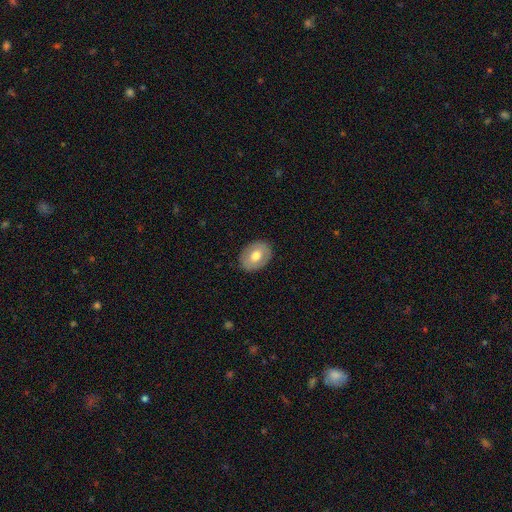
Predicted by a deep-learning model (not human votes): Smooth or featured? Predicted: smooth (p=0.63). How rounded? Predicted: in between (p=0.62). Merging? Predicted: none (p=0.87).